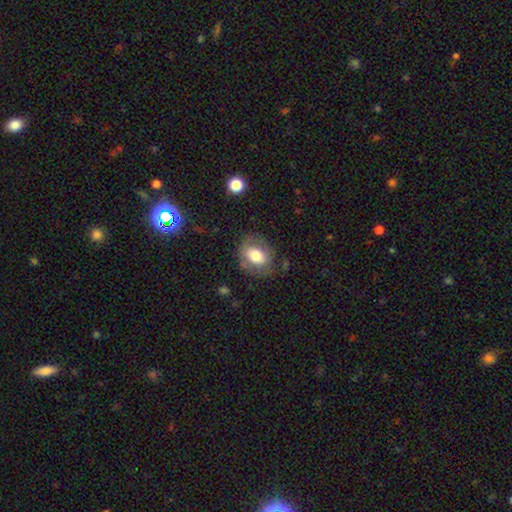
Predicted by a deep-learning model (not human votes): A smooth galaxy with no disk features (63%) that is in between round and cigar-shaped (58%). Merging: none (69%).